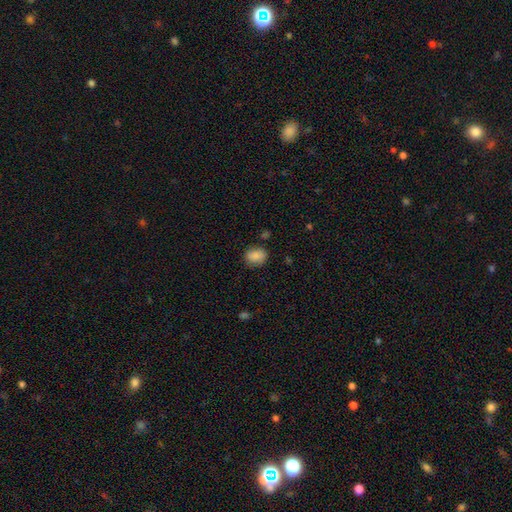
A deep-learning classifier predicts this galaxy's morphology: Smooth or featured? Predicted: smooth (p=0.87). How rounded? Predicted: in between (p=0.60). Merging? Predicted: none (p=0.79).